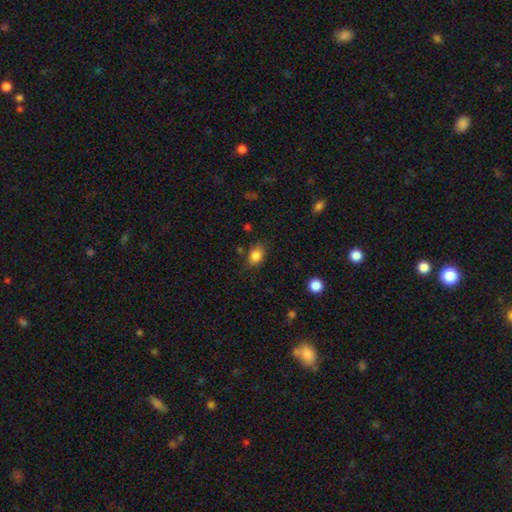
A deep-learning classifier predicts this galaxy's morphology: smooth 84%, star or artifact 10%, featured or disk 5%. Down the decision tree: how rounded — in between (64%); merging — none (76%).